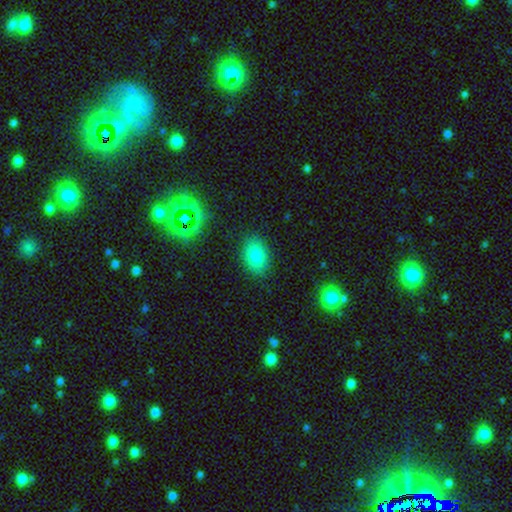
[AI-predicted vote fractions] Smooth or featured?
  - smooth: 79% *
  - star or artifact: 11%
  - featured or disk: 10%
How rounded?
  - in between: 80% *
  - round: 19%
  - cigar-shaped: 1%
Merging?
  - none: 86% *
  - minor disturbance: 10%
  - major disturbance: 3%
  - merger: 1%